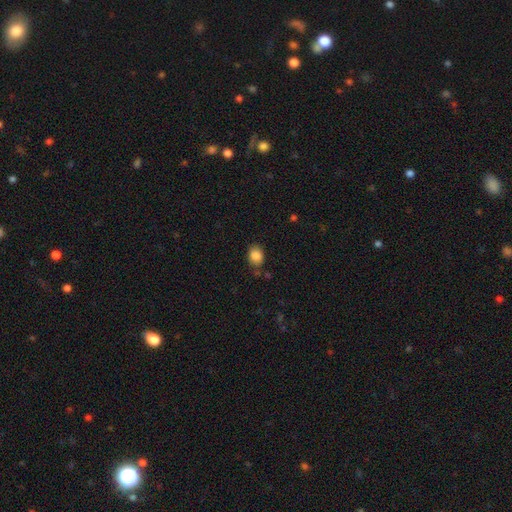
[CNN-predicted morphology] smooth-or-featured: smooth: 86% | star or artifact: 9% | featured or disk: 5%
  how-rounded: in between: 52% | round: 47% | cigar-shaped: 1%
  merging: none: 75% | minor disturbance: 17% | merger: 4% | major disturbance: 4%